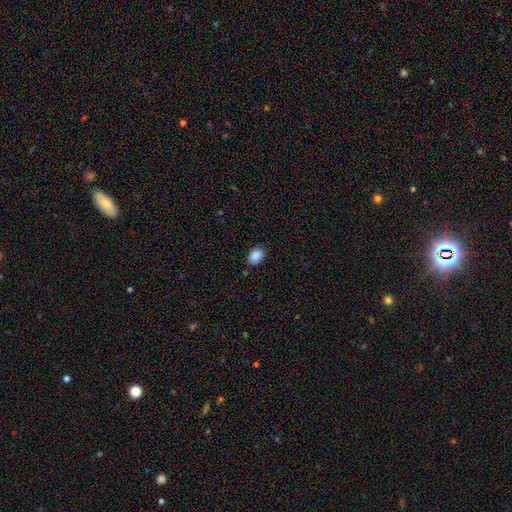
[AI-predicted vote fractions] smooth 88%, star or artifact 8%, featured or disk 4%. Down the decision tree: how rounded — in between (83%); merging — none (85%).